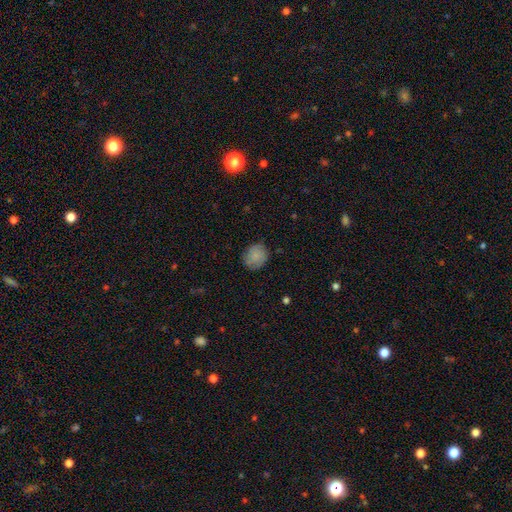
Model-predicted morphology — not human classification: smooth 80%, featured or disk 12%, star or artifact 8%. Down the decision tree: how rounded — round (72%); merging — none (79%).